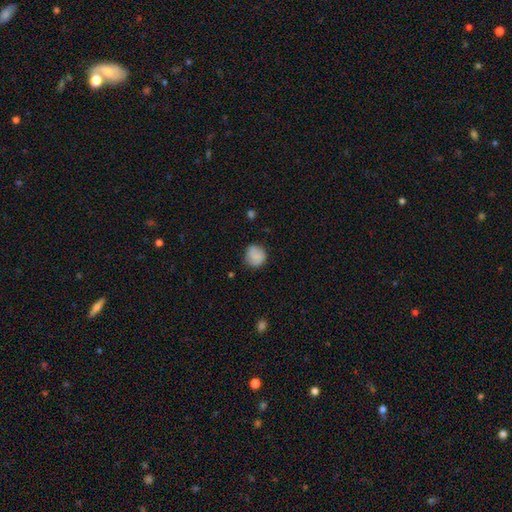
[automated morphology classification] Smooth or featured?
  - smooth: 81% *
  - featured or disk: 10%
  - star or artifact: 8%
How rounded?
  - round: 85% *
  - in between: 14%
  - cigar-shaped: 1%
Merging?
  - none: 76% *
  - minor disturbance: 18%
  - major disturbance: 4%
  - merger: 2%